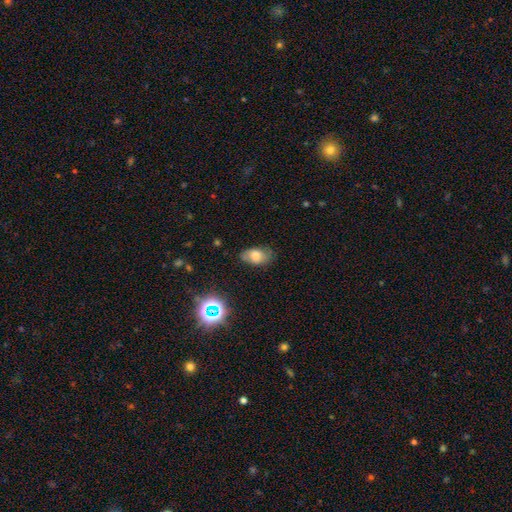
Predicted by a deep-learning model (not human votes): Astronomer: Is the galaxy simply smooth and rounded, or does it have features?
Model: smooth — 68%.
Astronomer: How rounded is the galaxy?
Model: in between — 90%.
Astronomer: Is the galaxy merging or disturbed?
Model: none — 73%.